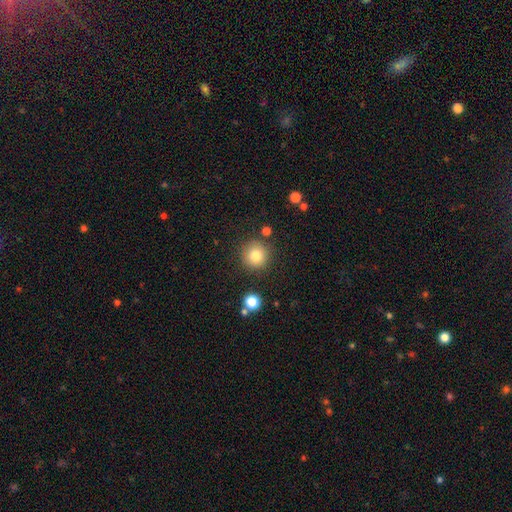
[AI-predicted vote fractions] smooth 81%, star or artifact 11%, featured or disk 8%. Down the decision tree: how rounded — round (94%); merging — none (86%).